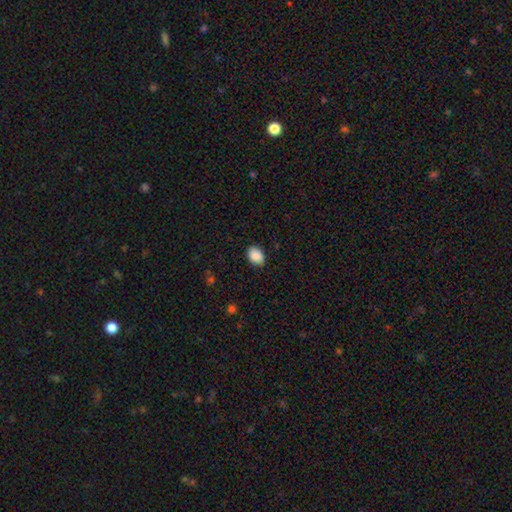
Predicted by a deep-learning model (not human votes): The model was most divided on "how rounded": in between: 79%, round: 20%, cigar-shaped: 1%. More confident: smooth or featured — smooth (90%); merging — none (86%).